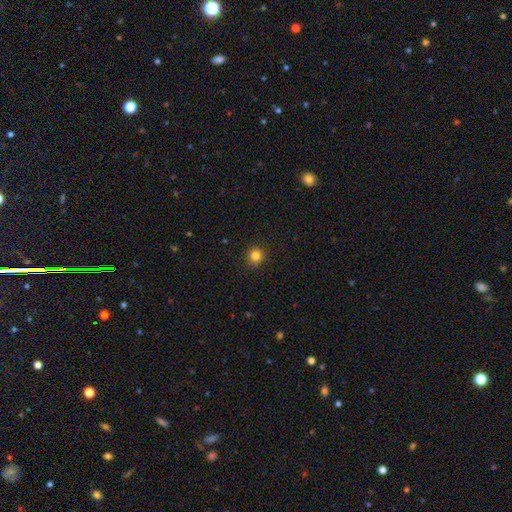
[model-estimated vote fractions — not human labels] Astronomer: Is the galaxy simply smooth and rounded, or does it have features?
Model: smooth — 82%.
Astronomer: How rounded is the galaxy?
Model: round — 92%.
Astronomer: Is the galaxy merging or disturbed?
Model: none — 90%.